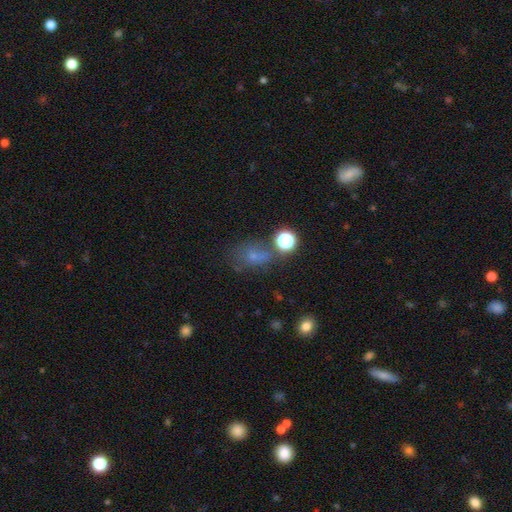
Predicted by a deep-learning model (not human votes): Morphology: type=smooth (52%); roundness=in between (53%); merging=none (50%).